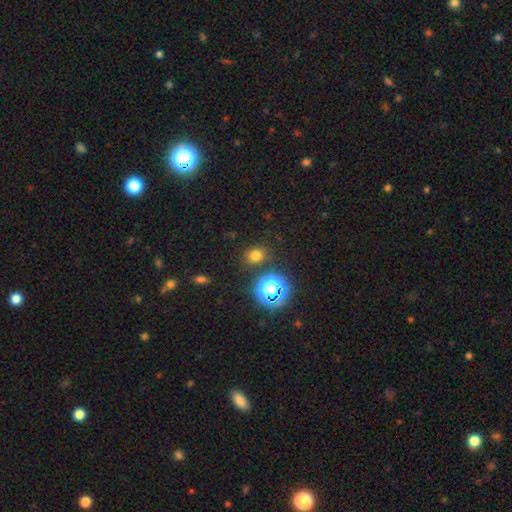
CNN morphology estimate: A smooth galaxy with no disk features (70%) that is round (71%). Merging: none (84%).